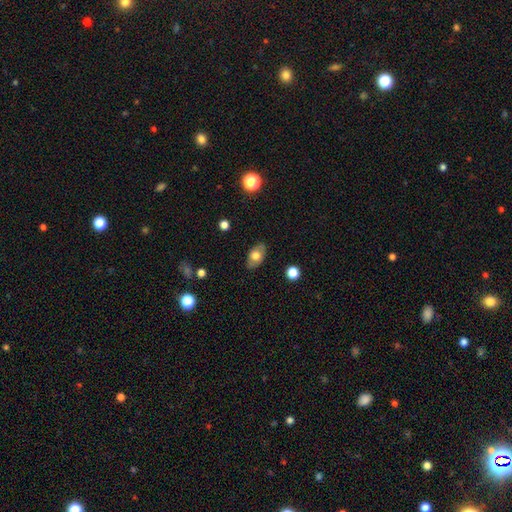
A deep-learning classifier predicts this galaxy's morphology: This is likely a smooth galaxy (67%). How rounded: clearly in between (89%). Merging: clearly none (84%).